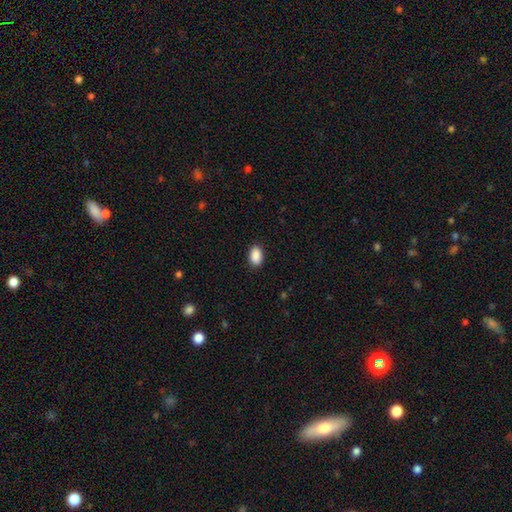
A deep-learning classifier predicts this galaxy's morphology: The model was most divided on "merging": none: 89%, minor disturbance: 8%, major disturbance: 2%, merger: 1%. More confident: how rounded — in between (90%); smooth or featured — smooth (90%).